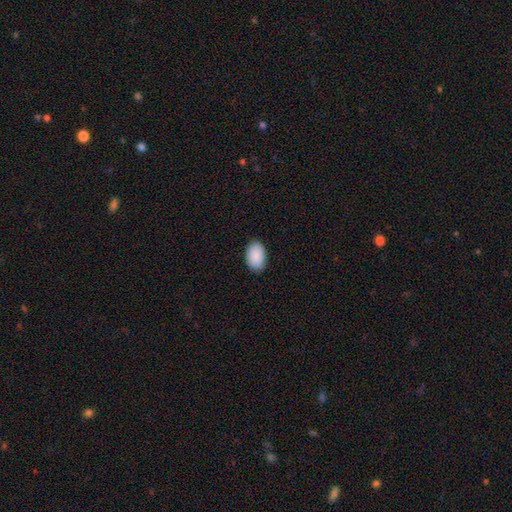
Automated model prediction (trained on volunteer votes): This appears to be a smooth galaxy with no disk features (91%) that is in between round and cigar-shaped (91%). Merging: none (88%).